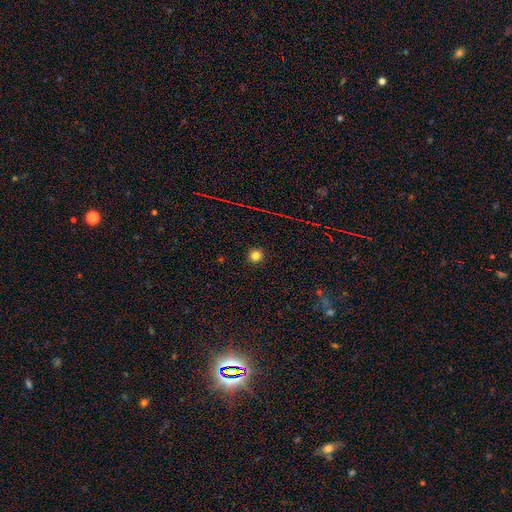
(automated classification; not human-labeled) Overall: smooth (79%). How rounded: round (92%). Merging: none (91%).